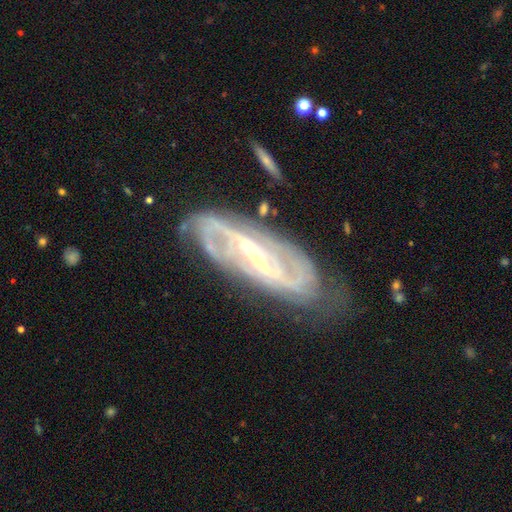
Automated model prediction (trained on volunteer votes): smooth-or-featured: featured or disk: 88% | smooth: 6% | star or artifact: 6%
  disk-edge-on: no: 90% | yes: 10%
    bar: strong: 51% | weak: 34% | no: 15%
    has-spiral-arms: yes: 96% | no: 4%
      spiral-winding: tight: 45% | medium: 41% | loose: 15%
      spiral-arm-count: 2: 60% | can't tell: 19% | 3: 10% | 4: 5% | 1: 4% | more than 4: 3%
    bulge-size: small: 69% | moderate: 26% | none: 2% | large: 2% | dominant: 1%
  merging: none: 72% | minor disturbance: 19% | major disturbance: 7% | merger: 2%